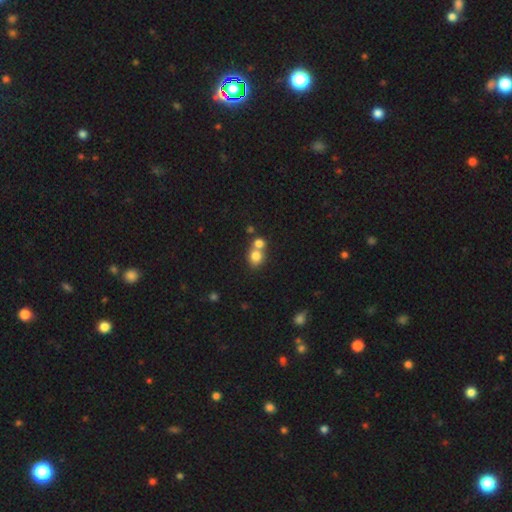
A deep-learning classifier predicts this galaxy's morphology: Smooth or featured: smooth — 78% (star or artifact — 12%)
How rounded: round — 73% (in between — 26%)
Merging: merger — 49% (none — 41%)